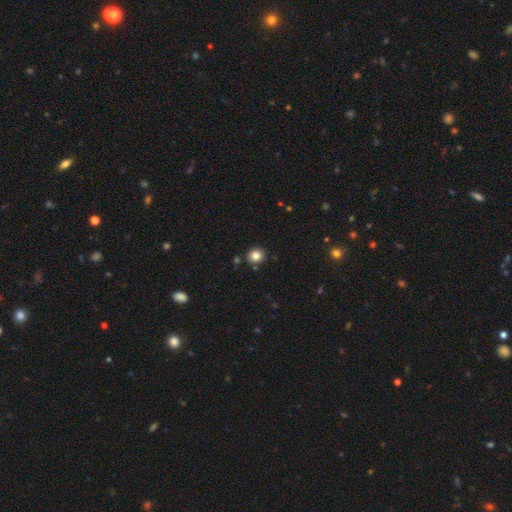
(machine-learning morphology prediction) Overall: smooth (82%). How rounded: round (83%). Merging: none (87%).